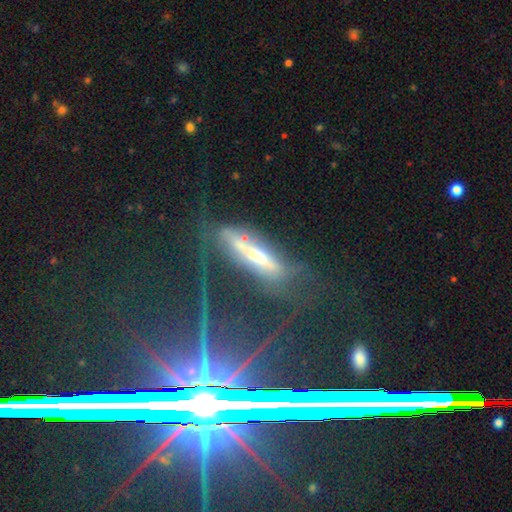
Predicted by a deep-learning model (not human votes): Overall: featured or disk (60%; smooth 28%). Edge-on disk: yes (65%; no 35%). Merging: none (42%; major disturbance 29%).